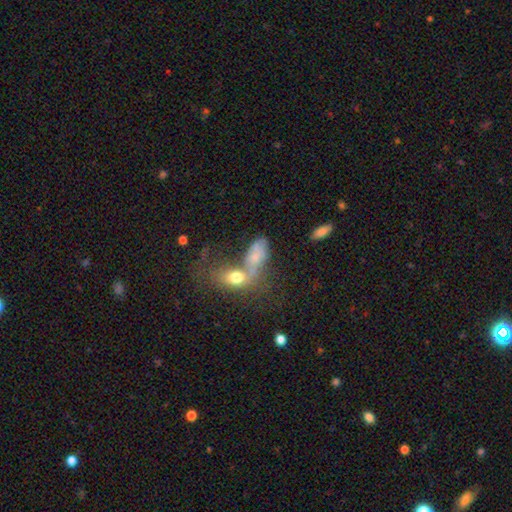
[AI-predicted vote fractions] The model was most divided on "merging": merger: 51%, none: 22%, major disturbance: 14%, minor disturbance: 12%. More confident: how rounded — in between (84%); smooth or featured — smooth (61%).